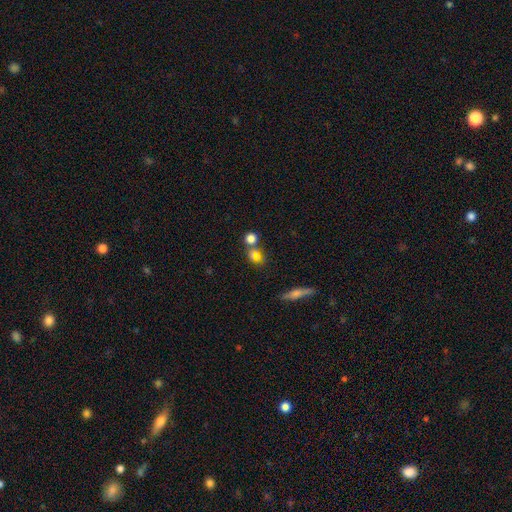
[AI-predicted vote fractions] Smooth or featured: smooth — 59% (star or artifact — 29%)
How rounded: round — 71% (in between — 24%)
Merging: none — 65% (merger — 20%)